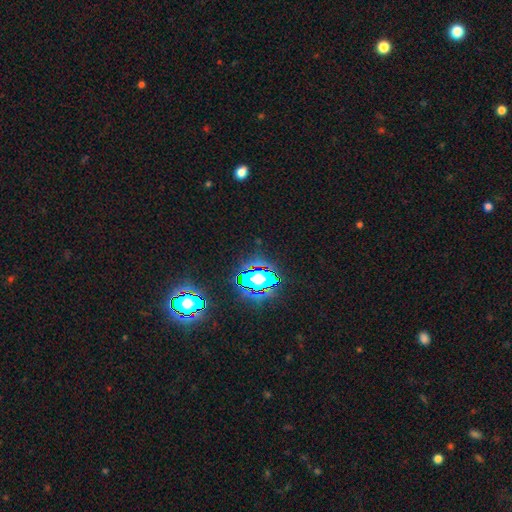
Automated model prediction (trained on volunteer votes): Morphology: type=star or artifact (80%).